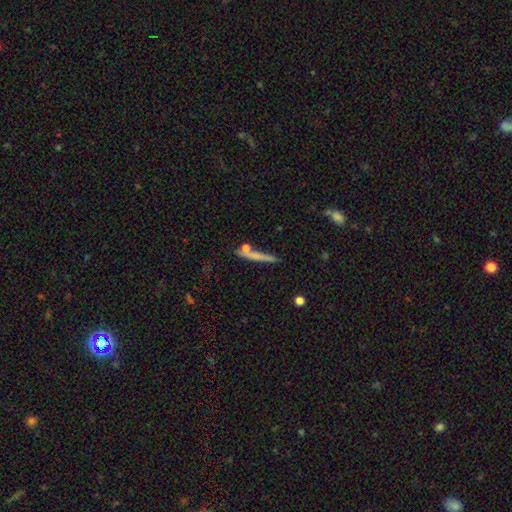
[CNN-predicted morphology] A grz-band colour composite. It shows a smooth galaxy with no disk features (60%) that is cigar-shaped (93%). Merging: none (73%).